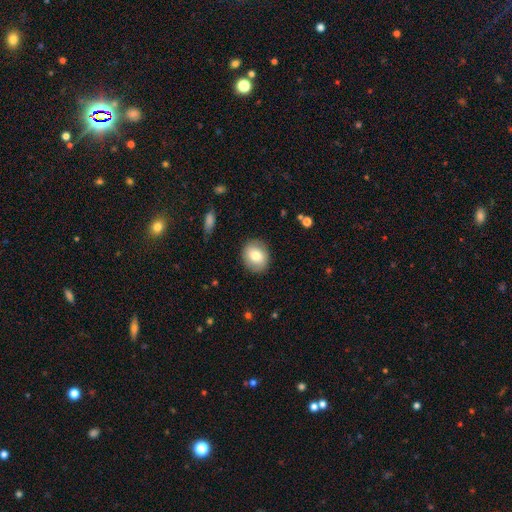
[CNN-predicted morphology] smooth_or_featured: smooth (p=0.76) [alt: featured or disk p=0.16]
how_rounded: round (p=0.65) [alt: in between p=0.34]
merging: none (p=0.87) [alt: minor disturbance p=0.10]